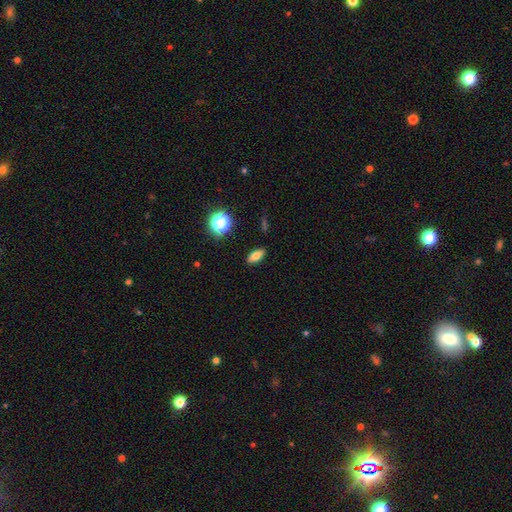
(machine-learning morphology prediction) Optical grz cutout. It shows a smooth galaxy with no disk features (73%) that is in between round and cigar-shaped (79%). Merging: none (89%).